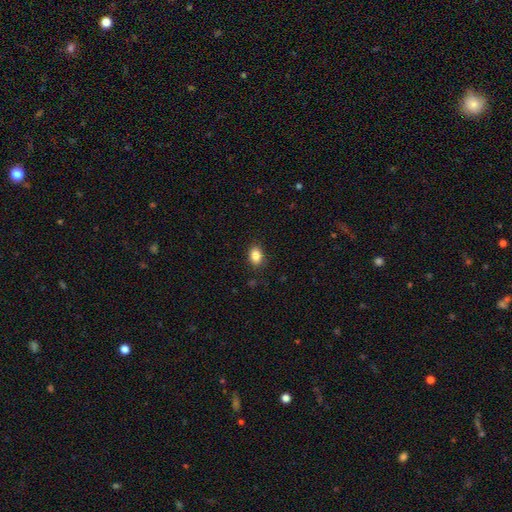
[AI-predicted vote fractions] Q: Smooth or featured?
A: smooth (86%); runner-up: star or artifact (9%)
Q: How rounded?
A: in between (73%); runner-up: round (26%)
Q: Merging?
A: none (86%); runner-up: minor disturbance (10%)